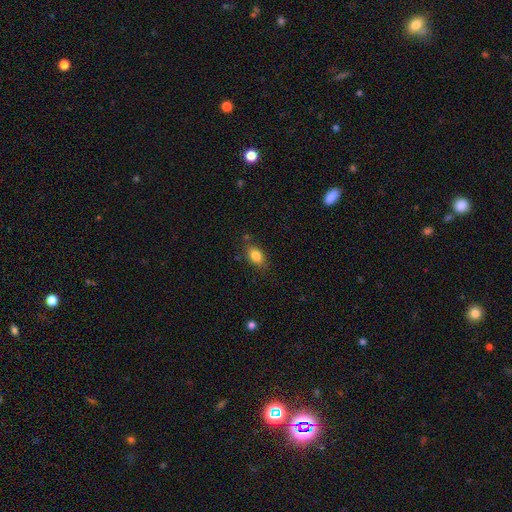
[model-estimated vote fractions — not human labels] This is clearly a smooth galaxy (83%). How rounded: clearly in between (83%). Merging: likely none (79%).